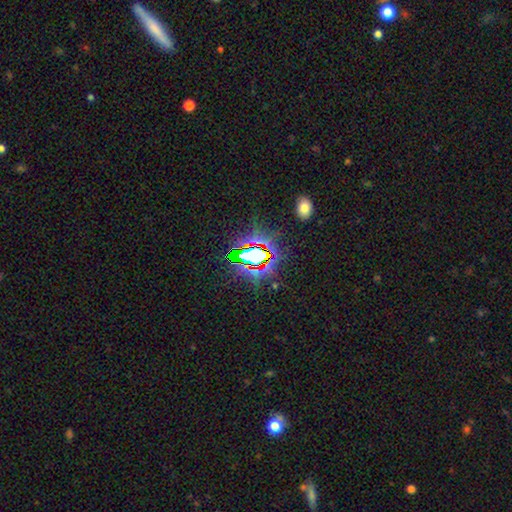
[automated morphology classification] smooth_or_featured: star or artifact (p=0.75) [alt: smooth p=0.14]